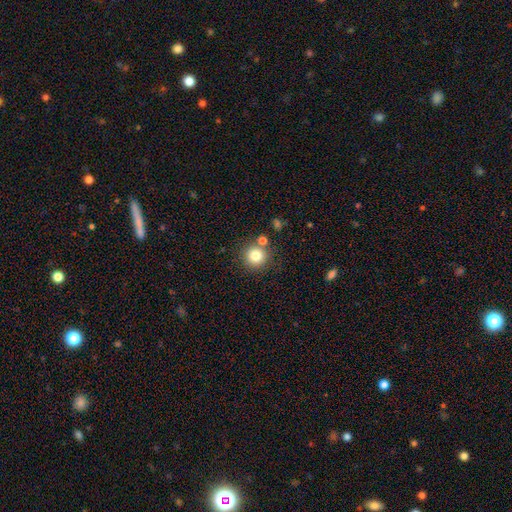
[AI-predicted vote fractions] smooth-or-featured: smooth: 81% | star or artifact: 12% | featured or disk: 8%
  how-rounded: round: 94% | in between: 5% | cigar-shaped: 1%
  merging: none: 79% | merger: 10% | minor disturbance: 8% | major disturbance: 3%